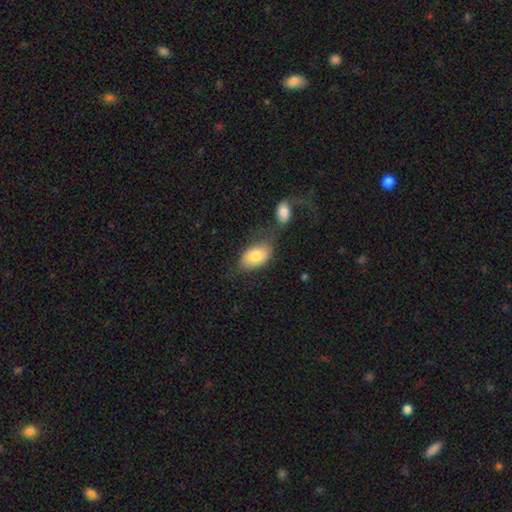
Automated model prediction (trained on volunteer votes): smooth_or_featured: smooth (p=0.81) [alt: featured or disk p=0.13]
how_rounded: in between (p=0.91) [alt: round p=0.08]
merging: none (p=0.48) [alt: merger p=0.27]